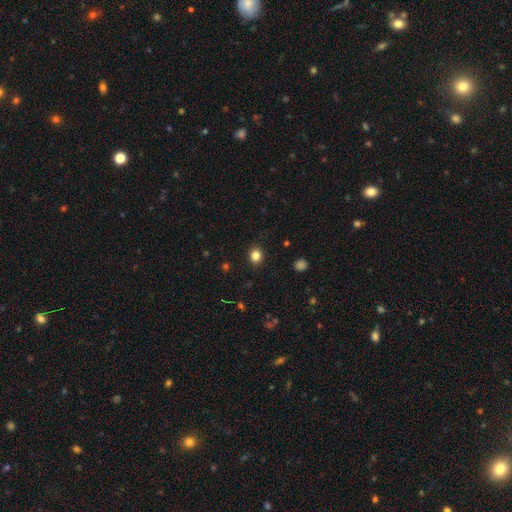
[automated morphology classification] smooth 83%, star or artifact 12%, featured or disk 4%. Down the decision tree: how rounded — round (75%); merging — none (90%).